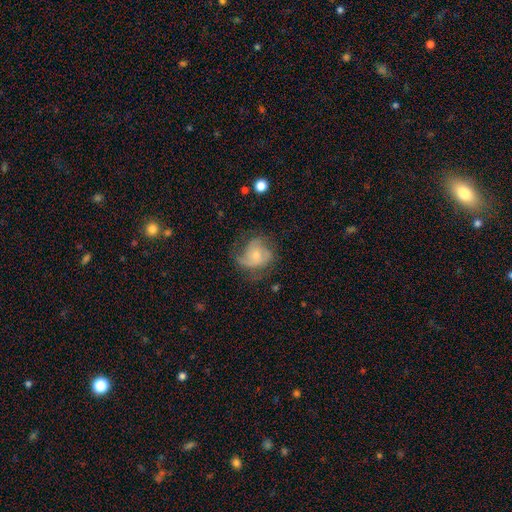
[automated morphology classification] smooth_or_featured: featured or disk (p=0.60) [alt: smooth p=0.32]
disk_edge_on: no (p=0.97) [alt: yes p=0.03]
bar: no (p=0.77) [alt: weak p=0.20]
has_spiral_arms: yes (p=0.82) [alt: no p=0.18]
bulge_size: small (p=0.52) [alt: moderate p=0.41]
merging: none (p=0.48) [alt: minor disturbance p=0.27]